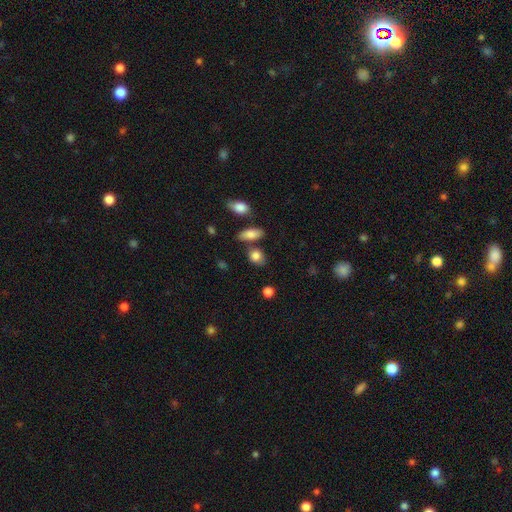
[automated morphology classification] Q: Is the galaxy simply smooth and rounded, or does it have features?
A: smooth — 84%.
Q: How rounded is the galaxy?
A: in between — 60%.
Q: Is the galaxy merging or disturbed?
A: none — 68%.